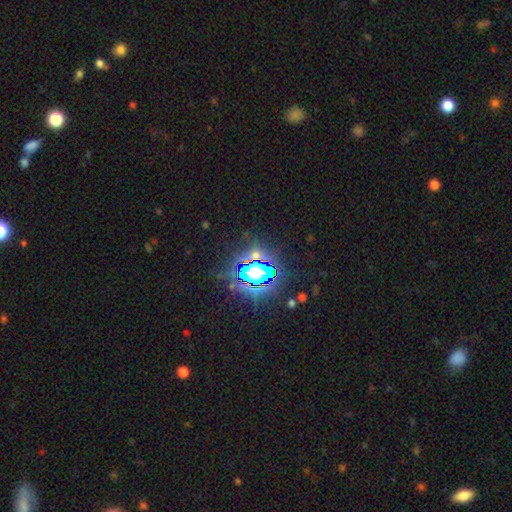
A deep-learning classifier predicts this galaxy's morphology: This is clearly a star or artifact rather than a galaxy (84%).